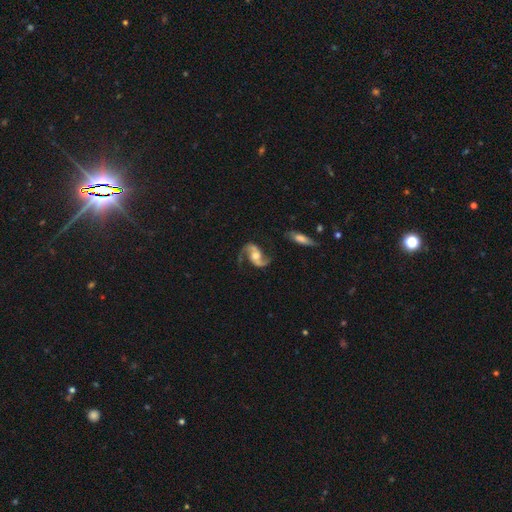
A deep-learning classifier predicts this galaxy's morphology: smooth_or_featured: featured or disk (p=0.91) [alt: smooth p=0.05]
disk_edge_on: no (p=0.97) [alt: yes p=0.03]
bar: no (p=0.51) [alt: weak p=0.35]
has_spiral_arms: yes (p=0.97) [alt: no p=0.03]
spiral_winding: loose (p=0.51) [alt: medium p=0.40]
spiral_arm_count: 2 (p=0.94) [alt: 1 p=0.02]
bulge_size: moderate (p=0.58) [alt: small p=0.18]
merging: none (p=0.74) [alt: minor disturbance p=0.15]